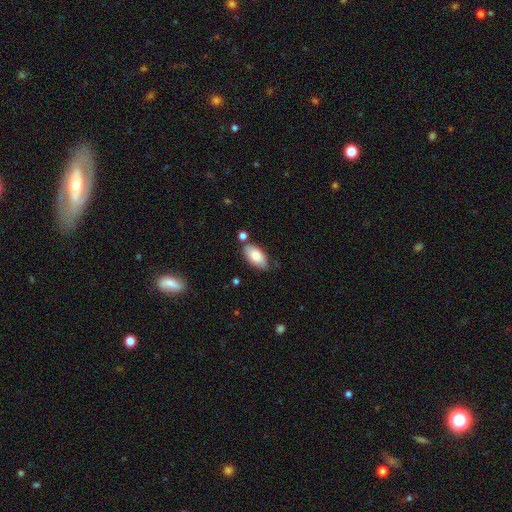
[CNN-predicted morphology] A smooth galaxy with no disk features (81%) that is in between round and cigar-shaped (94%). Merging: none (73%).